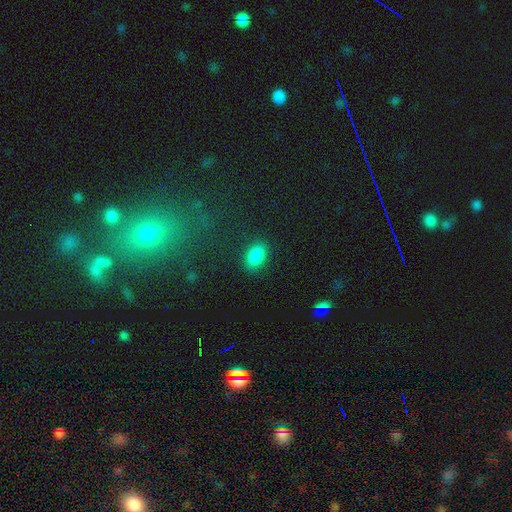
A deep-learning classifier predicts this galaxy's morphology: A smooth galaxy with no disk features (86%) that is in between round and cigar-shaped (85%).

Vote fractions:
- Smooth or featured? smooth: 86% / star or artifact: 9% / featured or disk: 5%
- How rounded? in between: 85% / round: 14% / cigar-shaped: 2%
- Merging? none: 85% / minor disturbance: 11% / major disturbance: 3% / merger: 1%